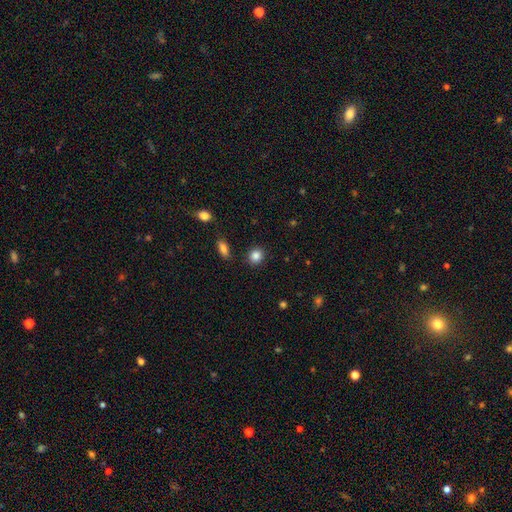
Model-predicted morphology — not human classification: The model was most divided on "how rounded": round: 77%, in between: 21%, cigar-shaped: 1%. More confident: merging — none (88%); smooth or featured — smooth (86%).